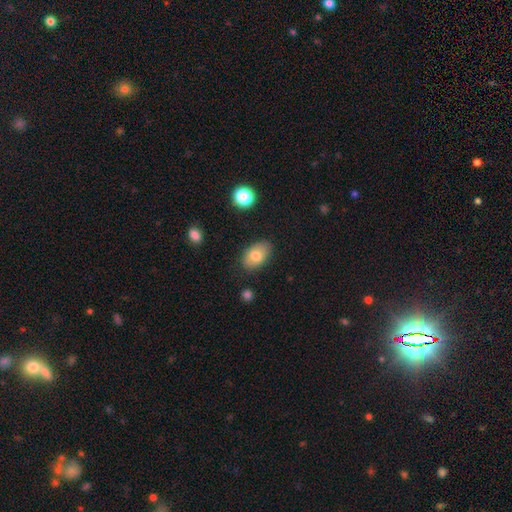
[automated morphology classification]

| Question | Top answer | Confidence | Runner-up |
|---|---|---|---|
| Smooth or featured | smooth | 75% | featured or disk (17%) |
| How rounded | in between | 89% | round (10%) |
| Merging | none | 82% | minor disturbance (13%) |